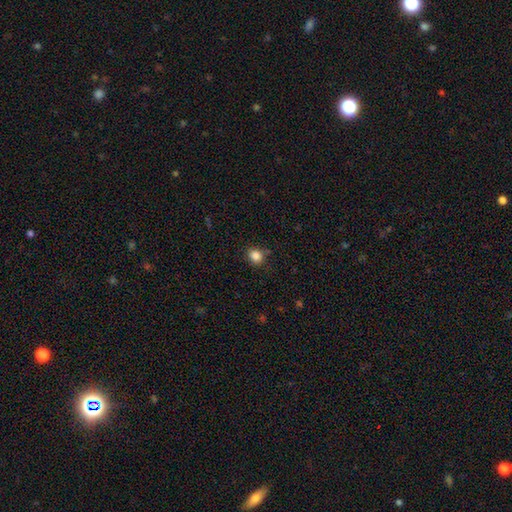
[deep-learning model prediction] smooth-or-featured: smooth: 85% | star or artifact: 11% | featured or disk: 4%
  how-rounded: round: 77% | in between: 22% | cigar-shaped: 1%
  merging: none: 83% | minor disturbance: 12% | major disturbance: 3% | merger: 3%